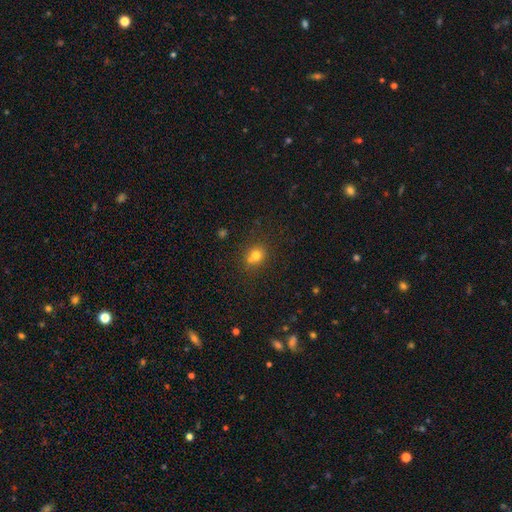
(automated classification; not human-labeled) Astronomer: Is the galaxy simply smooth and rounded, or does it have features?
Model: smooth — 74%.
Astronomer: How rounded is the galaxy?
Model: round — 66%.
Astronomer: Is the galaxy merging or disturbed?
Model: none — 56%.